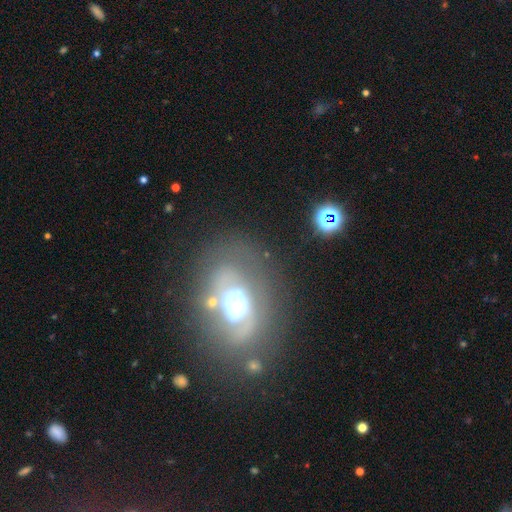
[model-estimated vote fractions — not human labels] Overall: featured or disk (55%; smooth 26%). Edge-on disk: no (89%). Merging: none (71%).